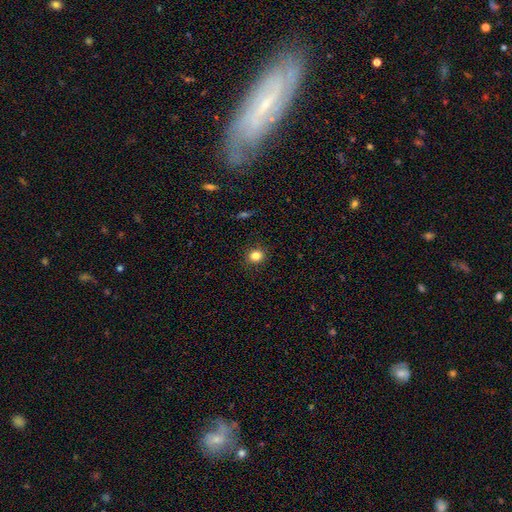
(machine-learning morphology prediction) smooth 83%, star or artifact 11%, featured or disk 5%. Down the decision tree: how rounded — round (79%); merging — none (90%).